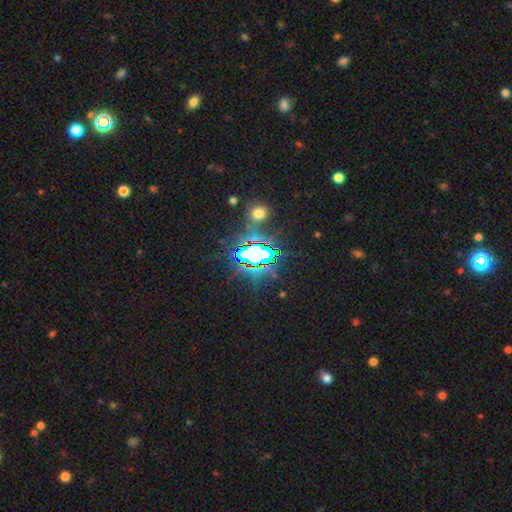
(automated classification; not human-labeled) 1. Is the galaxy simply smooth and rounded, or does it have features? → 75% star or artifact, 13% smooth, 11% featured or disk.